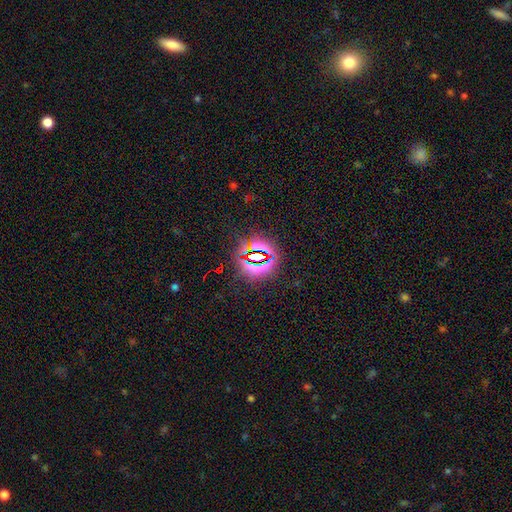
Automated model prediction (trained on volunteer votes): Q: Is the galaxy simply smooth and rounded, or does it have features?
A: star or artifact — 78%.